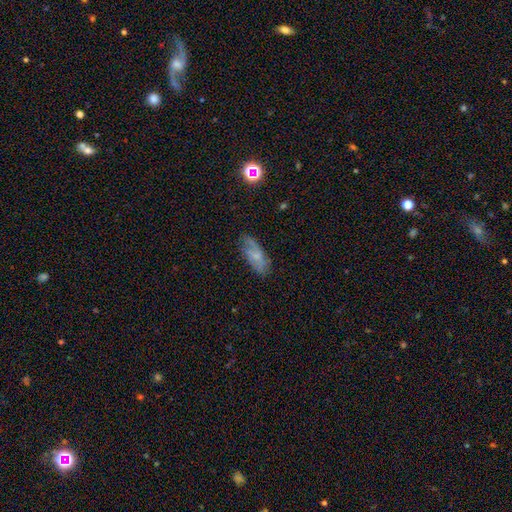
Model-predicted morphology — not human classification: A featured or disk galaxy (45%). Merging: none (66%).